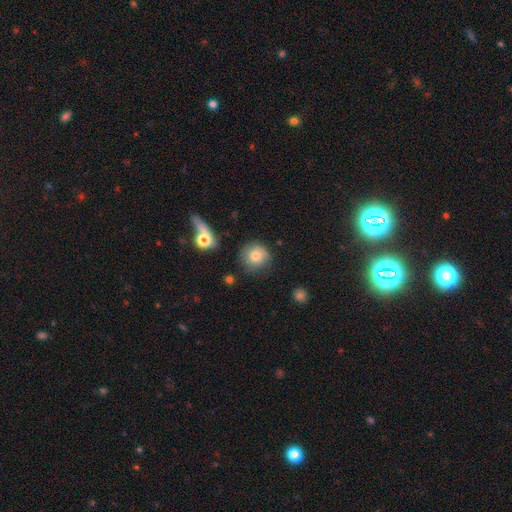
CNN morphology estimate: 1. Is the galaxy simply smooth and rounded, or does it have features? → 74% smooth, 16% featured or disk, 10% star or artifact.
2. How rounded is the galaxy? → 90% round, 9% in between, 1% cigar-shaped.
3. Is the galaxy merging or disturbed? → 70% none, 19% minor disturbance, 6% major disturbance, 4% merger.